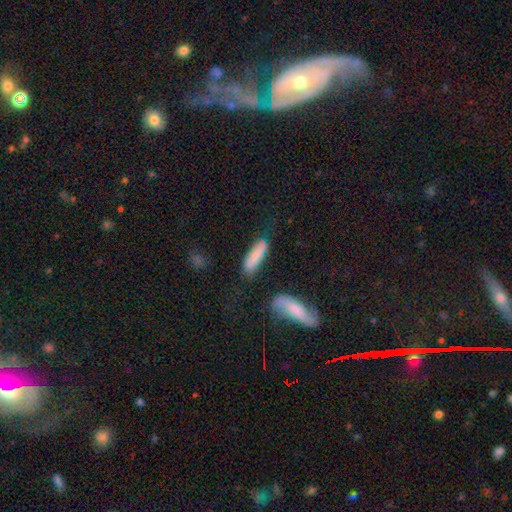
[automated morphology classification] Smooth or featured? Predicted: smooth (p=0.73). How rounded? Predicted: cigar-shaped (p=0.65). Merging? Predicted: none (p=0.69).